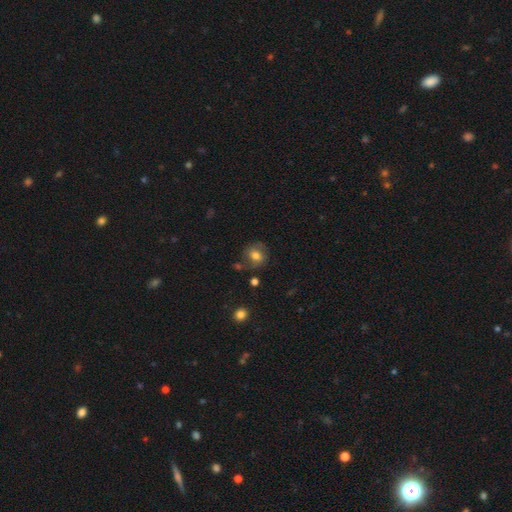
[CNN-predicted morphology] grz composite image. It shows a smooth galaxy with no disk features (65%) that is round (71%). Merging: none (68%).